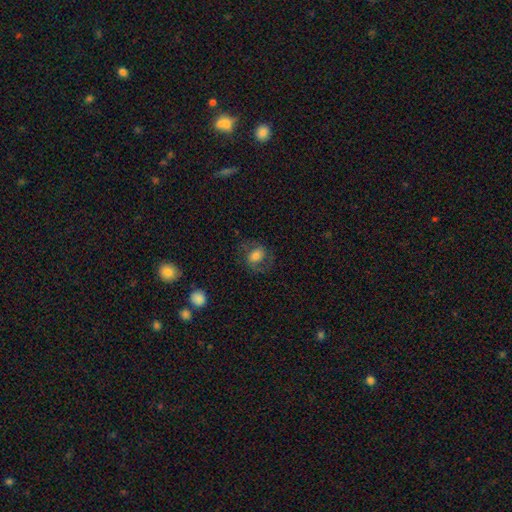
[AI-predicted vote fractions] Smooth or featured? smooth (56%)
How rounded? in between (50%)
Merging? none (67%)